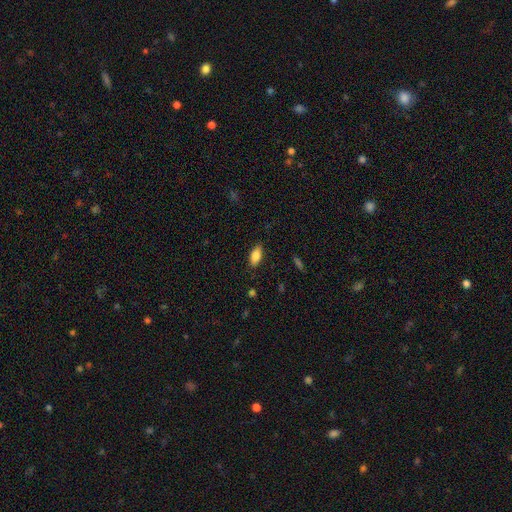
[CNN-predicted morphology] smooth-or-featured: smooth: 83% | featured or disk: 9% | star or artifact: 7%
  how-rounded: in between: 88% | cigar-shaped: 9% | round: 3%
  merging: none: 84% | minor disturbance: 12% | major disturbance: 3% | merger: 1%